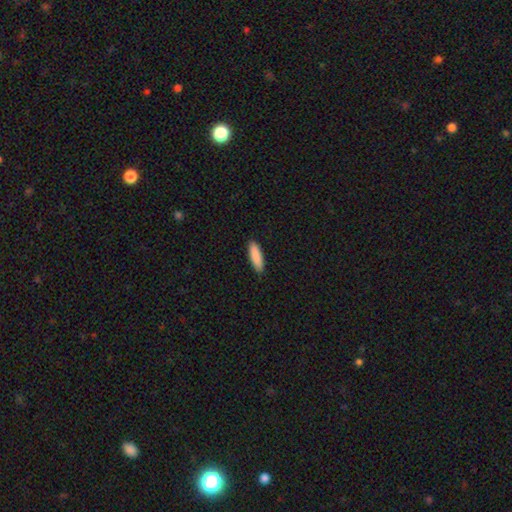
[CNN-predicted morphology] Smooth or featured: smooth — 89% (featured or disk — 6%)
How rounded: cigar-shaped — 61% (in between — 38%)
Merging: none — 90% (minor disturbance — 7%)